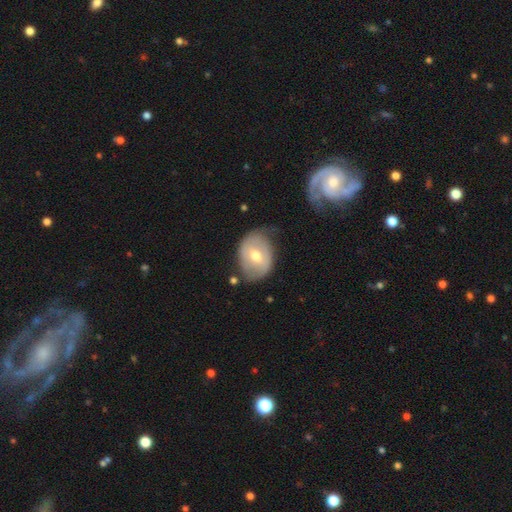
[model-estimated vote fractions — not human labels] Smooth or featured: smooth — 48% (featured or disk — 46%)
Merging: none — 55% (minor disturbance — 31%)